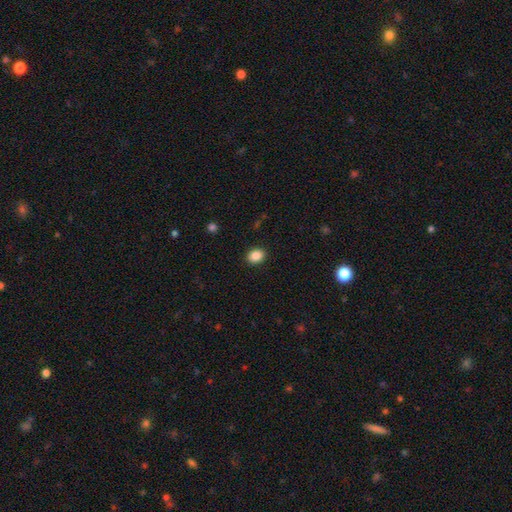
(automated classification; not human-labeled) Smooth or featured: smooth — 87% (star or artifact — 9%)
How rounded: in between — 55% (round — 44%)
Merging: none — 90% (minor disturbance — 7%)